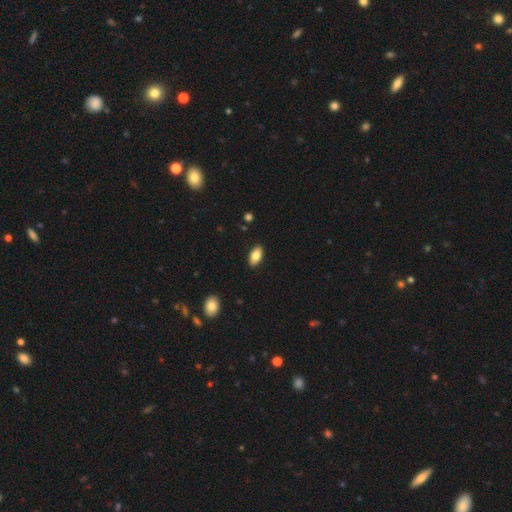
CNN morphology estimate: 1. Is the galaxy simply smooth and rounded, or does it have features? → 83% smooth, 10% featured or disk, 7% star or artifact.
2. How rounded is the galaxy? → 92% in between, 6% cigar-shaped, 3% round.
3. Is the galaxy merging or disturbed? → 89% none, 8% minor disturbance, 2% major disturbance, 1% merger.